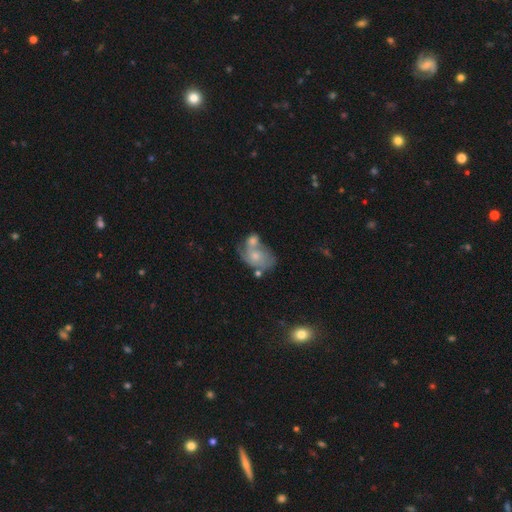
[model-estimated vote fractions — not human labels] Q: Smooth or featured?
A: featured or disk (52%); runner-up: smooth (40%)
Q: Edge-on disk?
A: no (97%); runner-up: yes (3%)
Q: Bar?
A: no (81%); runner-up: weak (16%)
Q: Spiral arms?
A: yes (64%); runner-up: no (36%)
Q: Bulge size?
A: small (49%); runner-up: moderate (40%)
Q: Merging?
A: merger (50%); runner-up: none (23%)